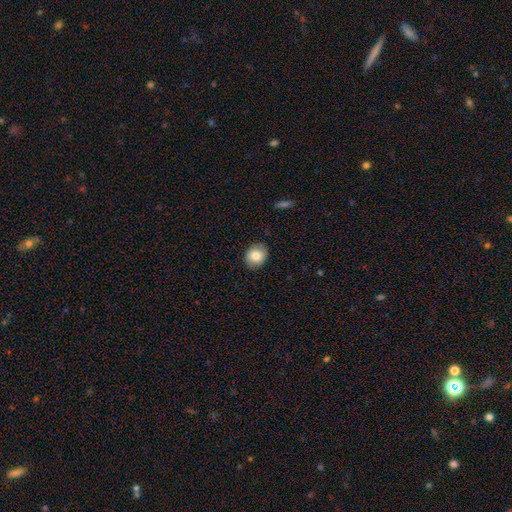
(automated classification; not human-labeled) Overall: smooth (81%). How rounded: round (66%; in between 33%). Merging: none (86%).